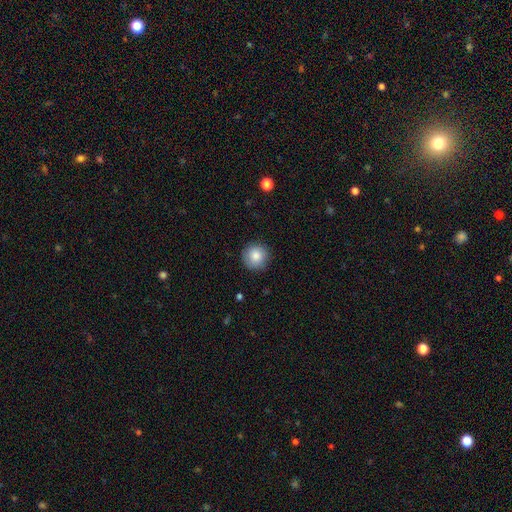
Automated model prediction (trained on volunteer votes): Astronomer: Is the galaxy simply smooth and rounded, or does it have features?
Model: smooth — 85%.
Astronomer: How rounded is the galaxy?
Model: round — 94%.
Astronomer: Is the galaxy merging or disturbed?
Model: none — 89%.